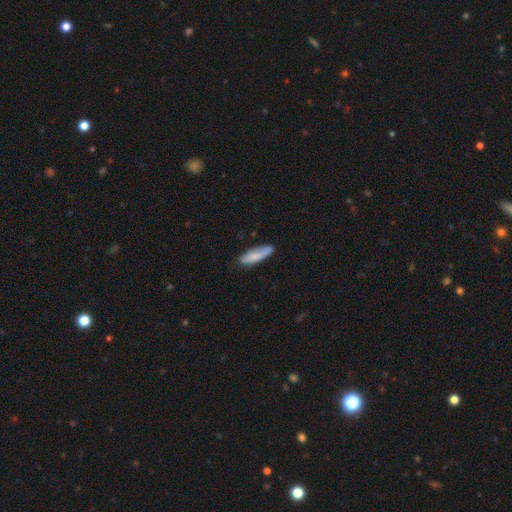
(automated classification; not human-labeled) smooth-or-featured: smooth: 75% | featured or disk: 18% | star or artifact: 6%
  how-rounded: cigar-shaped: 63% | in between: 36% | round: 2%
  merging: none: 72% | minor disturbance: 21% | major disturbance: 4% | merger: 3%